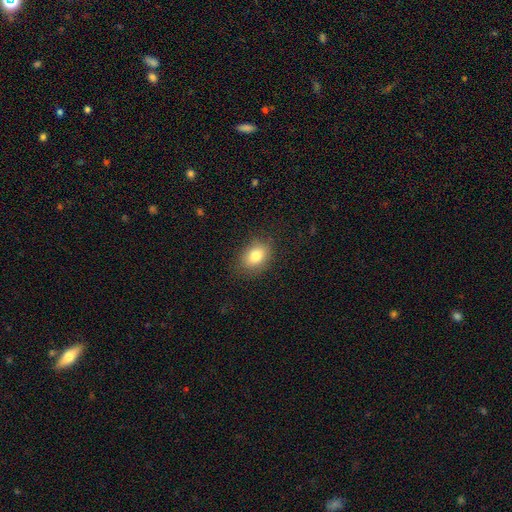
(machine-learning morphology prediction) Smooth or featured? Predicted: smooth (p=0.81). How rounded? Predicted: in between (p=0.73). Merging? Predicted: none (p=0.84).